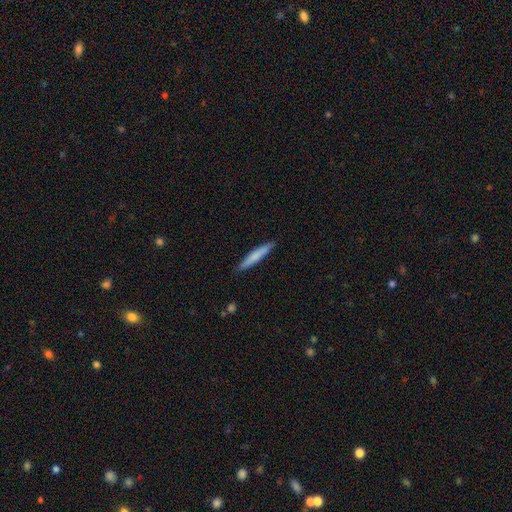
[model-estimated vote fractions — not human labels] smooth-or-featured: smooth: 72% | featured or disk: 22% | star or artifact: 5%
  how-rounded: cigar-shaped: 94% | in between: 4% | round: 1%
  merging: none: 90% | minor disturbance: 8% | major disturbance: 1% | merger: 1%